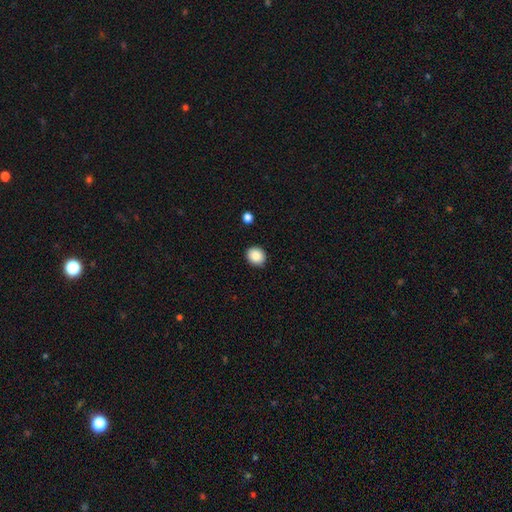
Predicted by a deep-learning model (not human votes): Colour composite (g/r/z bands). It shows a smooth galaxy with no disk features (87%) that is round (72%). Merging: none (90%).